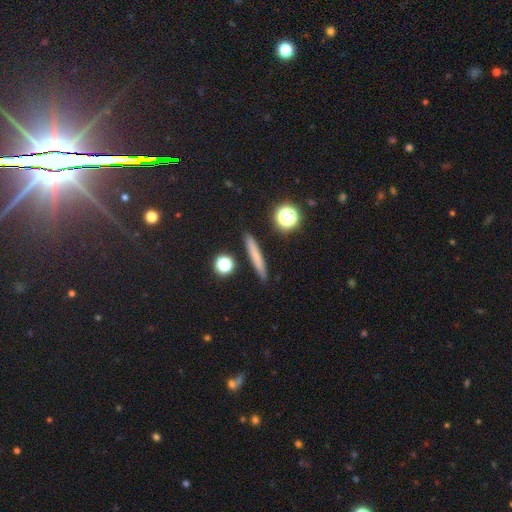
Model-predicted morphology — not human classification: Smooth or featured? Predicted: smooth (p=0.65). How rounded? Predicted: cigar-shaped (p=0.90). Merging? Predicted: none (p=0.90).